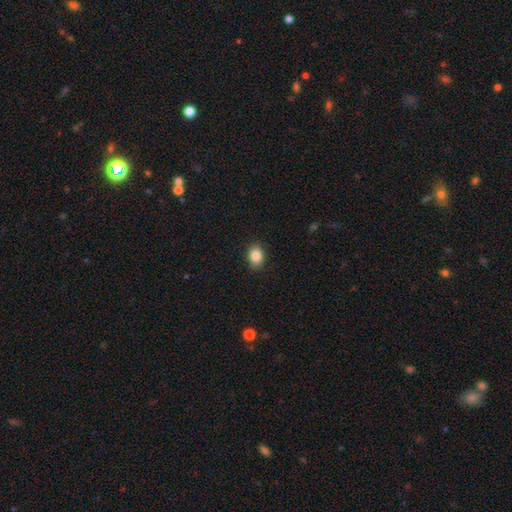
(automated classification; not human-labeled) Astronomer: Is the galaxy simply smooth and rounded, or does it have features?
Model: smooth — 86%.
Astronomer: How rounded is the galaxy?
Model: in between — 72%.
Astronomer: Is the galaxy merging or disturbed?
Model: none — 88%.